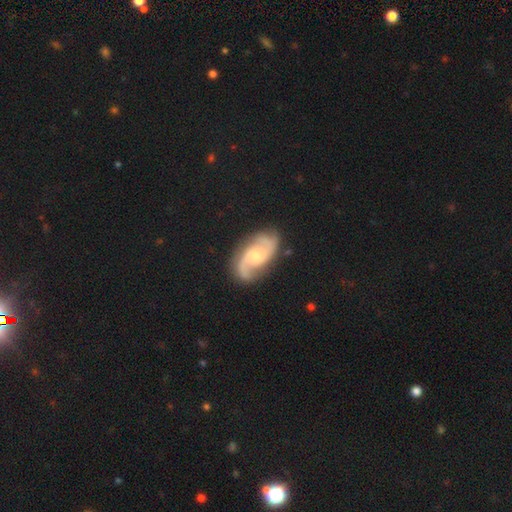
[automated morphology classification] Overall: featured or disk (87%). Edge-on disk: no (97%). Bar: no (50%; weak 43%). Spiral arms: yes (97%). Spiral arm count: 2 (89%). Spiral winding: medium (51%; loose 31%). Bulge size: small (53%; moderate 38%). Merging: none (80%).